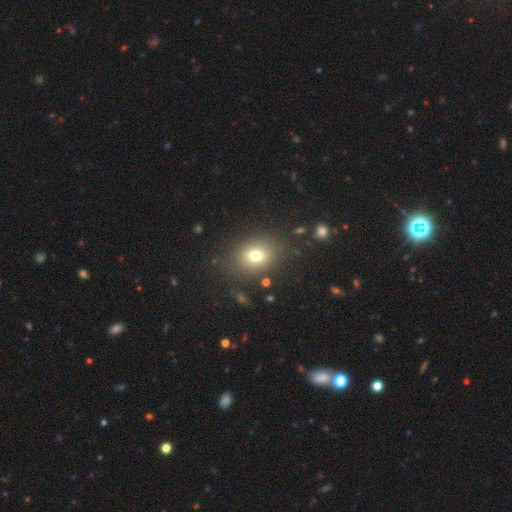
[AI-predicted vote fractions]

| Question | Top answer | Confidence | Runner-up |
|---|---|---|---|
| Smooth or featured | smooth | 74% | star or artifact (14%) |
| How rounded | in between | 56% | round (42%) |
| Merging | none | 81% | minor disturbance (11%) |